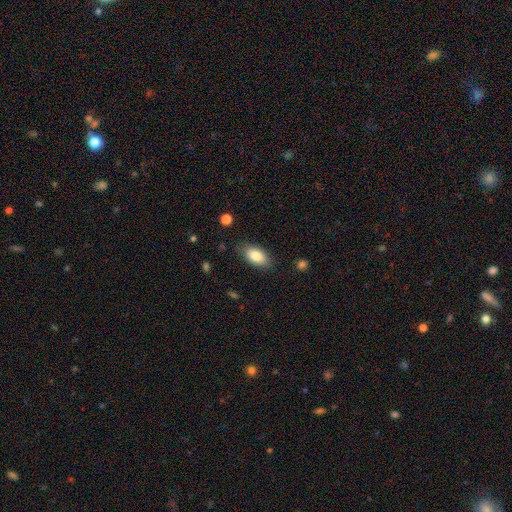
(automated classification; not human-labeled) Smooth or featured? smooth (84%)
How rounded? in between (92%)
Merging? none (82%)